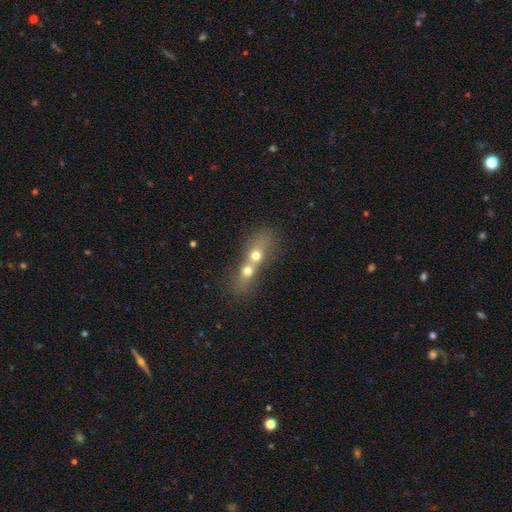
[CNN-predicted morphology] Smooth or featured?
  - smooth: 60% *
  - featured or disk: 29%
  - star or artifact: 11%
How rounded?
  - in between: 44% *
  - round: 43%
  - cigar-shaped: 13%
Merging?
  - merger: 81% *
  - none: 12%
  - minor disturbance: 4%
  - major disturbance: 4%